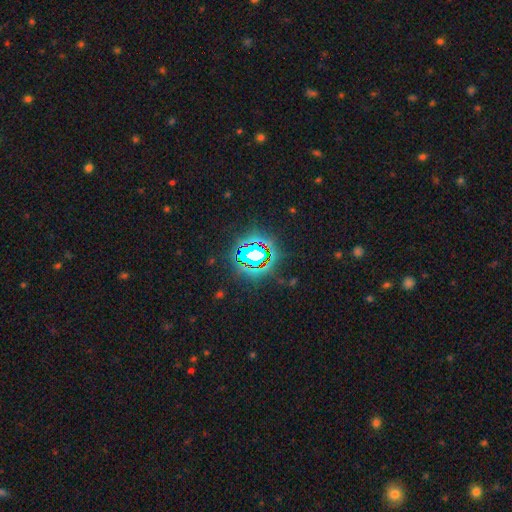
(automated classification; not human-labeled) Q: Smooth or featured?
A: star or artifact (83%); runner-up: smooth (10%)